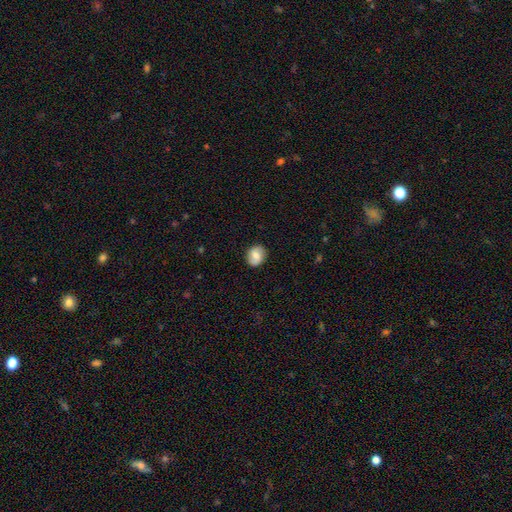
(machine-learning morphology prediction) smooth 63%, featured or disk 29%, star or artifact 8%. Down the decision tree: how rounded — round (56%); merging — none (85%).